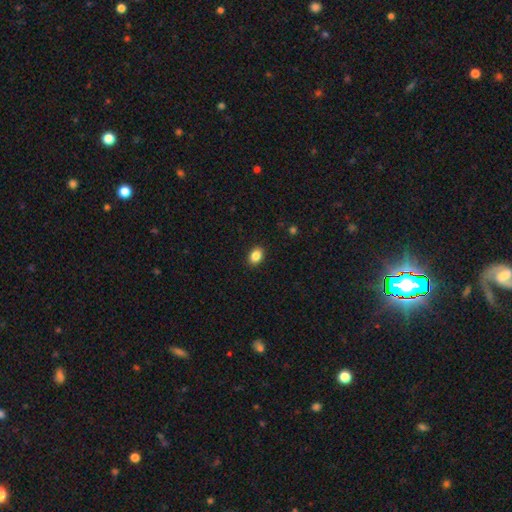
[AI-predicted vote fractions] Smooth or featured?
  - smooth: 86% *
  - star or artifact: 9%
  - featured or disk: 5%
How rounded?
  - in between: 72% *
  - round: 27%
  - cigar-shaped: 1%
Merging?
  - none: 91% *
  - minor disturbance: 7%
  - major disturbance: 2%
  - merger: 1%